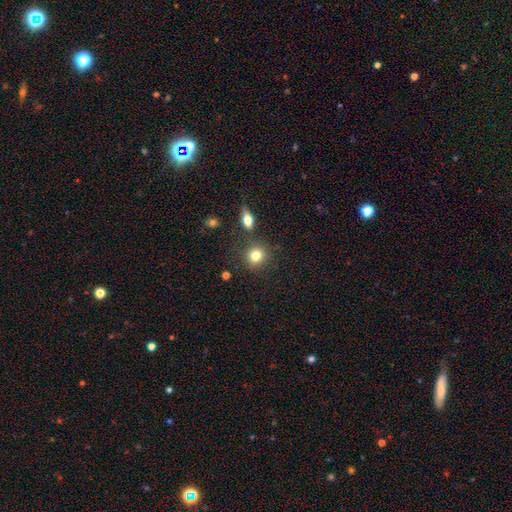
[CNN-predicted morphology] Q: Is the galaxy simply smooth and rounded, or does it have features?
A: smooth — 82%.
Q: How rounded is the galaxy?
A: round — 84%.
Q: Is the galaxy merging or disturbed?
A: none — 80%.